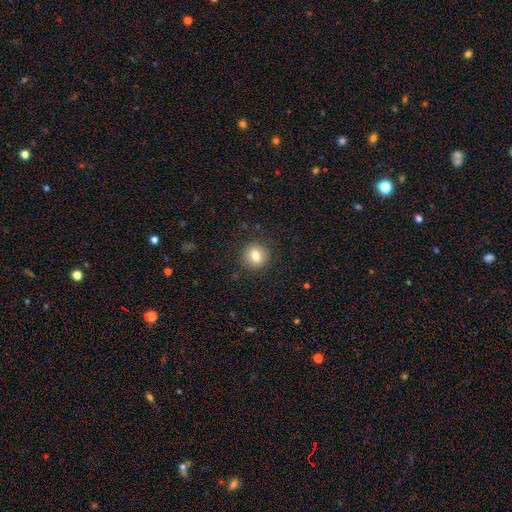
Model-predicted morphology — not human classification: Smooth or featured? smooth (80%)
How rounded? round (90%)
Merging? none (90%)